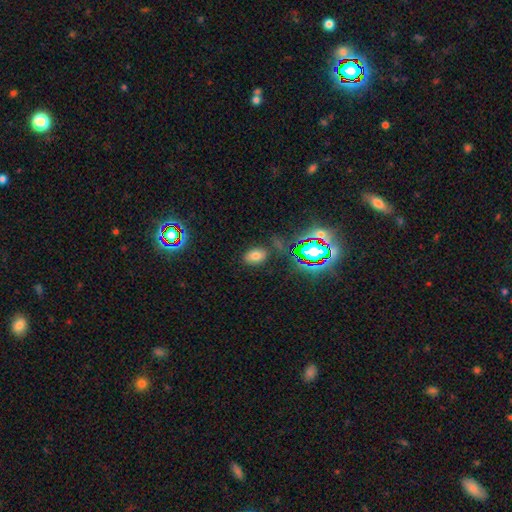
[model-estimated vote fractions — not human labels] The model was most divided on "smooth or featured": smooth: 67%, star or artifact: 22%, featured or disk: 10%. More confident: how rounded — in between (85%); merging — none (82%).